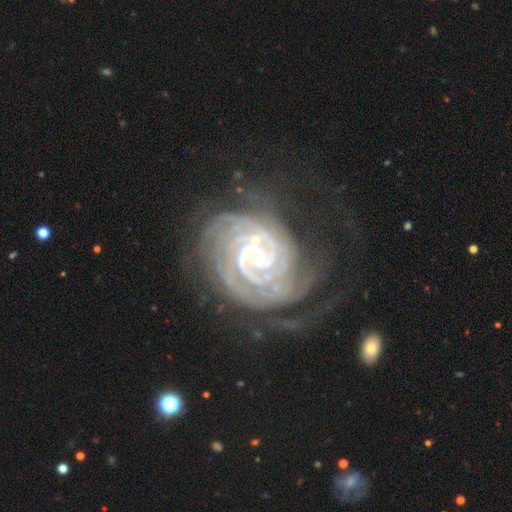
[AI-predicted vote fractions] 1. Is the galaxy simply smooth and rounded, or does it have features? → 90% featured or disk, 6% star or artifact, 4% smooth.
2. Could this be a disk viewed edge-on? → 98% no, 2% yes.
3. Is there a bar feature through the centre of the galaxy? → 49% no, 33% weak, 18% strong.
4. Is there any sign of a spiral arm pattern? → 98% yes, 2% no.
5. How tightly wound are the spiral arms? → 81% tight, 16% medium, 3% loose.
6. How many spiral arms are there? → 33% 2, 19% can't tell, 17% 3, 14% 4, 10% more than 4, 8% 1.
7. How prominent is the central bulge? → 80% small, 15% moderate, 3% none, 1% large, 1% dominant.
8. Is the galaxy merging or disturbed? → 56% none, 21% minor disturbance, 18% major disturbance, 4% merger.